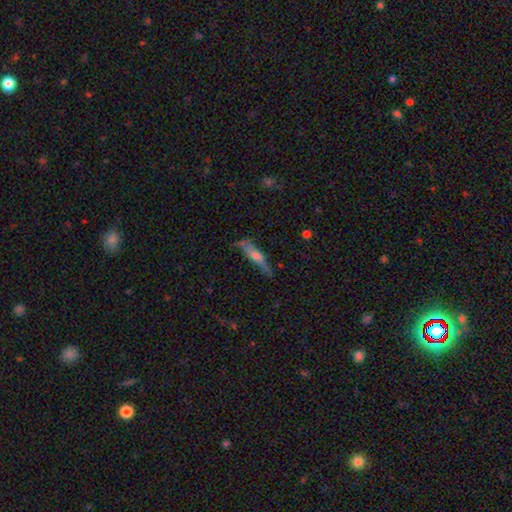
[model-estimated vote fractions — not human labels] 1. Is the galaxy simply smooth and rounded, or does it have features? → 46% featured or disk (tied), 46% smooth (tied), 8% star or artifact.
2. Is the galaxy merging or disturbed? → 55% none, 28% minor disturbance, 13% major disturbance, 4% merger.